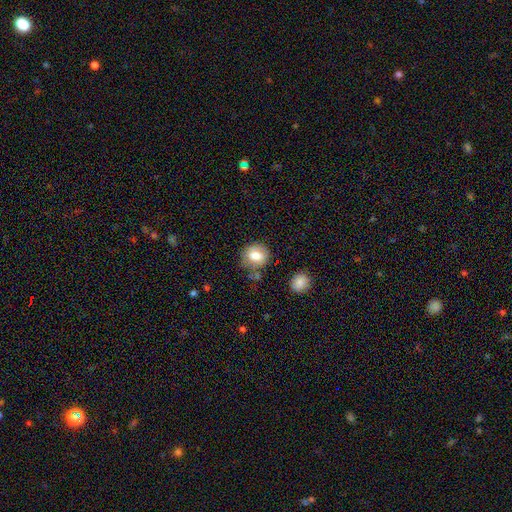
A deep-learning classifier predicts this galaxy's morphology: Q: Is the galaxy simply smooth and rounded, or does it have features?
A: smooth — 76%.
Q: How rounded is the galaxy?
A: round — 73%.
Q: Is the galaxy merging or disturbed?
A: none — 69%.